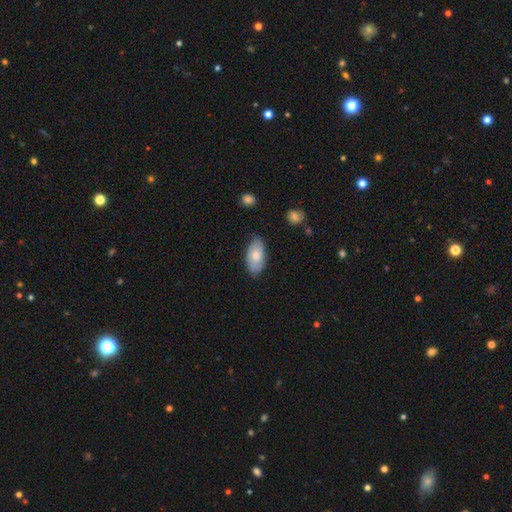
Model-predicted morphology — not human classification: This is likely a smooth galaxy (70%). How rounded: clearly in between (94%). Merging: likely none (73%).